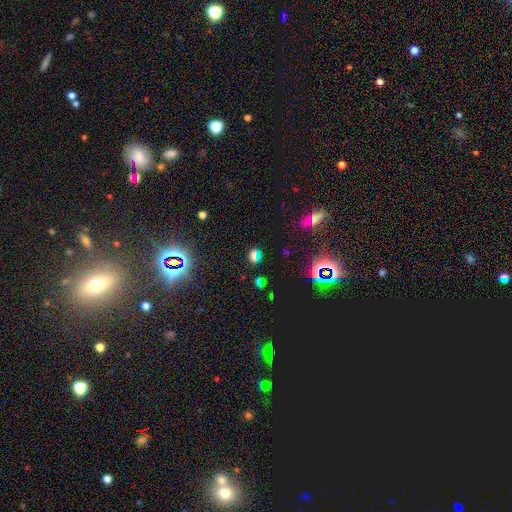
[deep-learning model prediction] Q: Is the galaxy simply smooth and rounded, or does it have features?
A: smooth — 53%.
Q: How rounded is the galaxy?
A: in between — 71%.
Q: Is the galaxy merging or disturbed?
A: none — 79%.